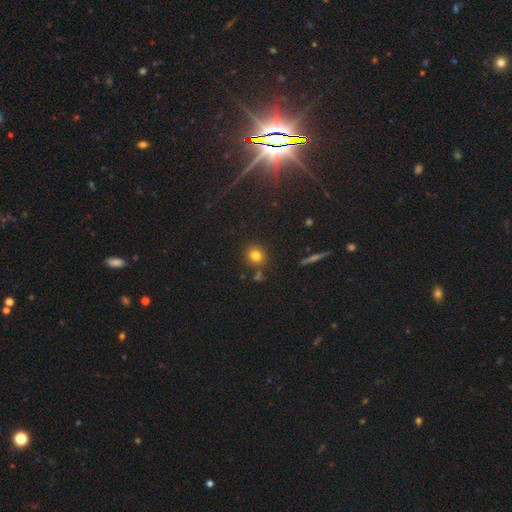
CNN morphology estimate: Smooth or featured? smooth (78%)
How rounded? round (89%)
Merging? none (83%)